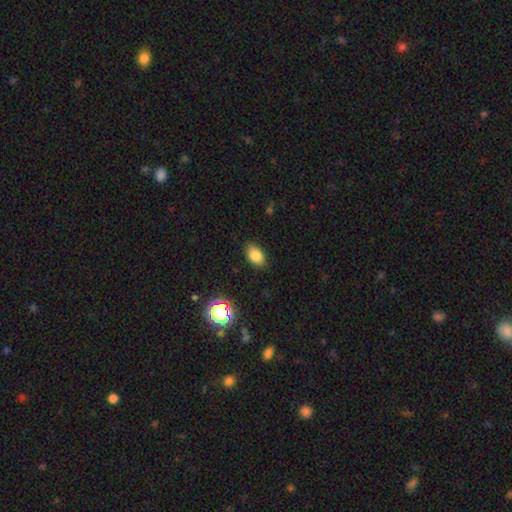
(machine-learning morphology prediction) smooth 82%, star or artifact 11%, featured or disk 7%. Down the decision tree: how rounded — in between (84%); merging — none (85%).